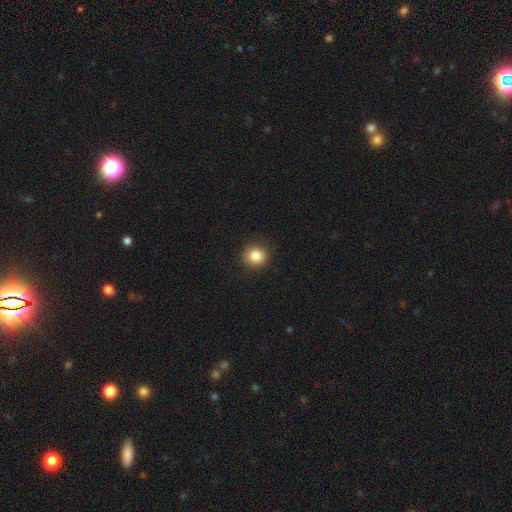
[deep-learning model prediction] Smooth or featured?
  - smooth: 84% *
  - star or artifact: 10%
  - featured or disk: 5%
How rounded?
  - round: 88% *
  - in between: 11%
  - cigar-shaped: 1%
Merging?
  - none: 90% *
  - minor disturbance: 7%
  - major disturbance: 2%
  - merger: 1%